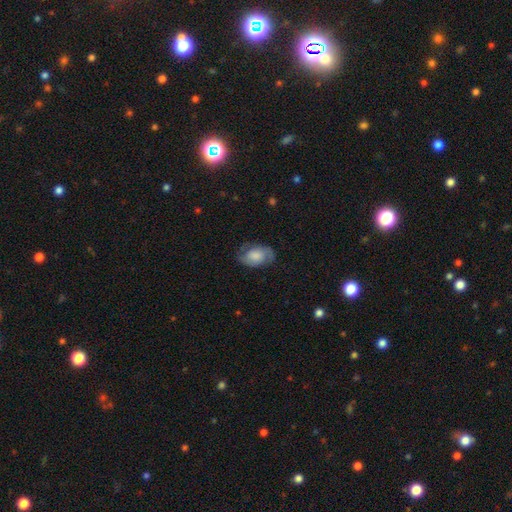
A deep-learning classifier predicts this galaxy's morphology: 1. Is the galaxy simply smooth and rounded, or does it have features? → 60% smooth, 33% featured or disk, 7% star or artifact.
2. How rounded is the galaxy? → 88% in between, 10% round, 1% cigar-shaped.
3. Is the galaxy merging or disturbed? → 67% none, 23% minor disturbance, 9% major disturbance, 1% merger.